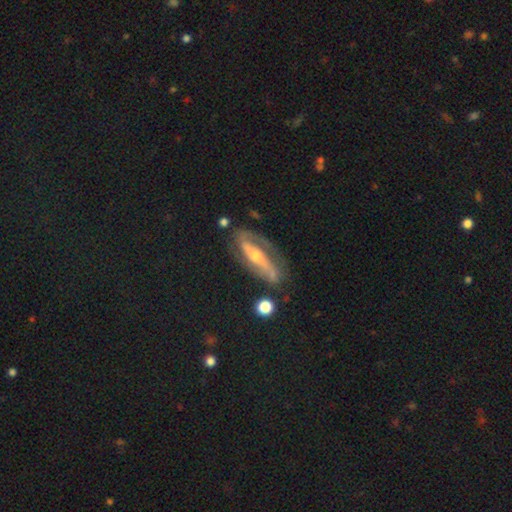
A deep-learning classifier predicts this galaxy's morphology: The model was most divided on "spiral winding": medium: 40%, tight: 31%, loose: 29%. Remaining: spiral arms — yes (87%); spiral arm count — 2 (83%); smooth or featured — featured or disk (81%); edge-on disk — no (76%); merging — none (68%); bulge size — moderate (55%); bar — strong (44%).